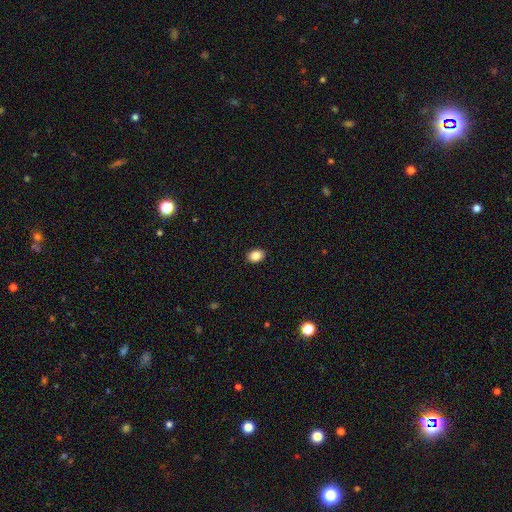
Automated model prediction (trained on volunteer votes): The model was most divided on "how rounded": in between: 70%, round: 29%, cigar-shaped: 1%. More confident: merging — none (91%); smooth or featured — smooth (86%).